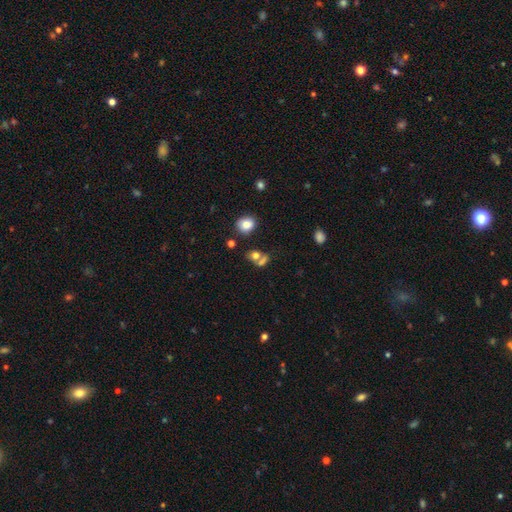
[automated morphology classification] Smooth or featured? smooth (72%)
How rounded? round (49%)
Merging? none (42%)